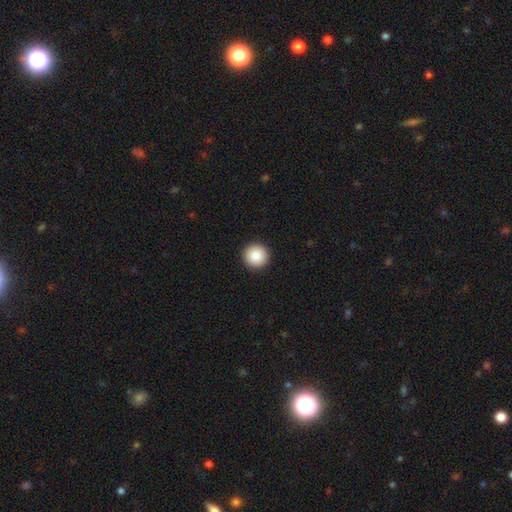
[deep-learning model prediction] Overall: smooth (85%). How rounded: round (96%). Merging: none (94%).